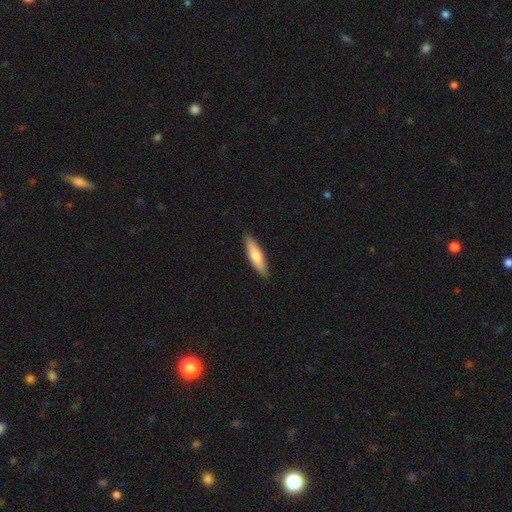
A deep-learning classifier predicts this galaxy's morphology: The model was most divided on "how rounded": cigar-shaped: 74%, in between: 25%, round: 1%. More confident: merging — none (90%); smooth or featured — smooth (72%).